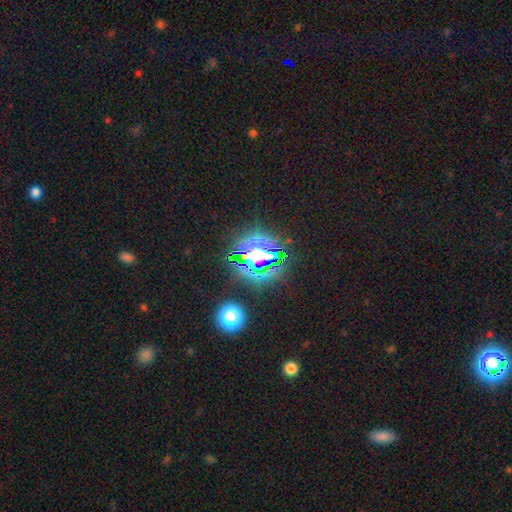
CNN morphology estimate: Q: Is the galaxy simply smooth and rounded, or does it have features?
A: star or artifact — 74%.